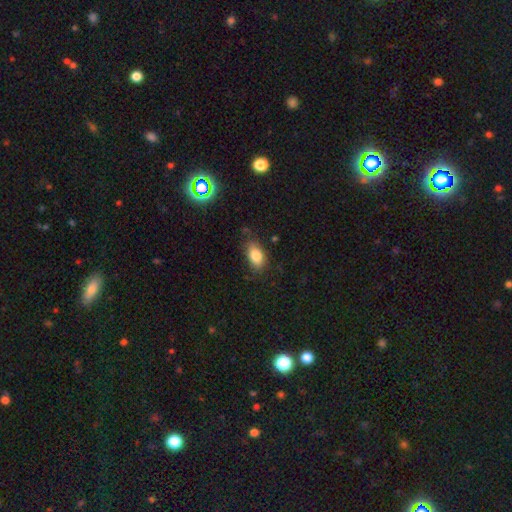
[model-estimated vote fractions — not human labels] Overall: smooth (82%). How rounded: in between (89%). Merging: none (76%).